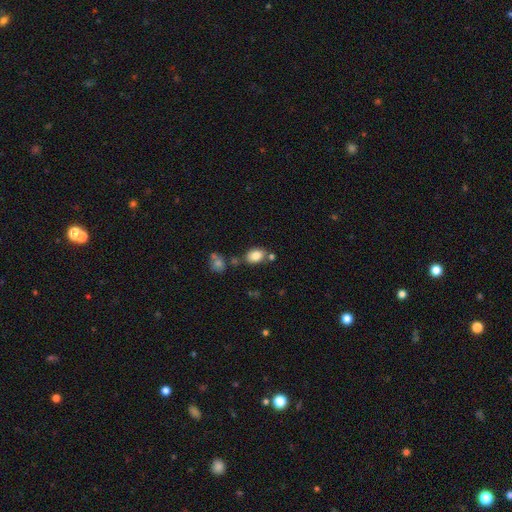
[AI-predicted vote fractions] smooth-or-featured: smooth: 83% | star or artifact: 9% | featured or disk: 8%
  how-rounded: in between: 80% | round: 19% | cigar-shaped: 1%
  merging: none: 69% | minor disturbance: 14% | merger: 13% | major disturbance: 4%